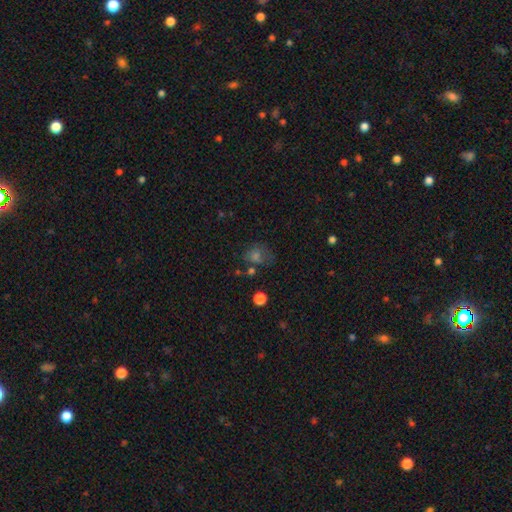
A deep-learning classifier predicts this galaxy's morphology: Q: Smooth or featured?
A: smooth (55%); runner-up: star or artifact (28%)
Q: How rounded?
A: round (59%); runner-up: in between (39%)
Q: Merging?
A: none (55%); runner-up: minor disturbance (22%)